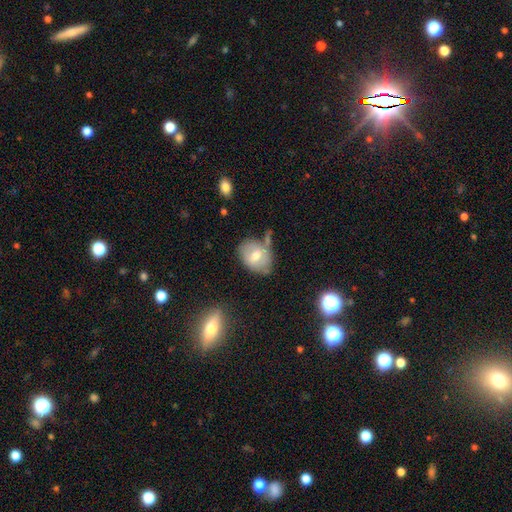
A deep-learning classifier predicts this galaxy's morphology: Overall: smooth (56%; featured or disk 34%). How rounded: in between (62%; round 37%). Merging: none (56%; minor disturbance 26%).